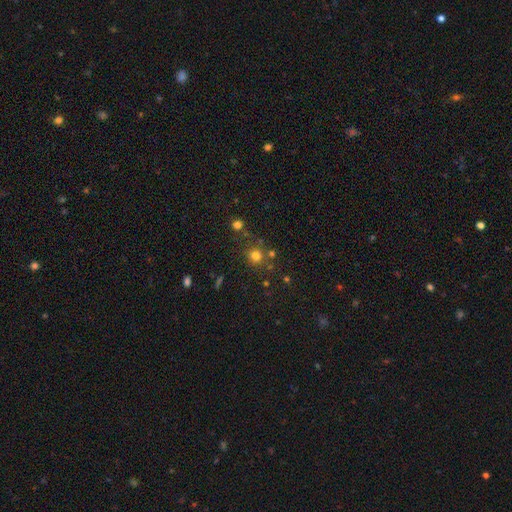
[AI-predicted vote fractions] smooth 74%, star or artifact 19%, featured or disk 8%. Down the decision tree: how rounded — round (89%); merging — none (74%).